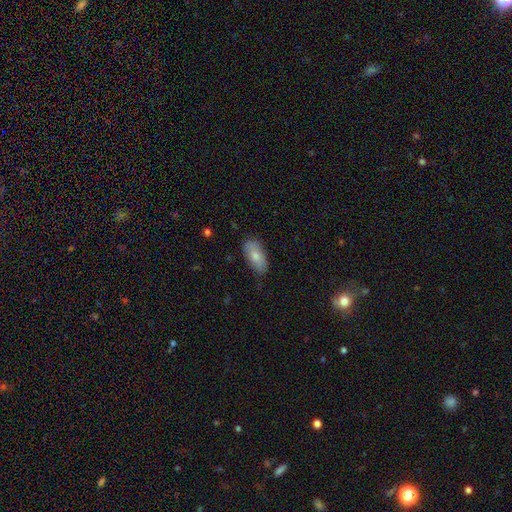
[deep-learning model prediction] The model was most divided on "merging": none: 76%, minor disturbance: 19%, major disturbance: 3%, merger: 1%. More confident: how rounded — in between (90%); smooth or featured — smooth (77%).